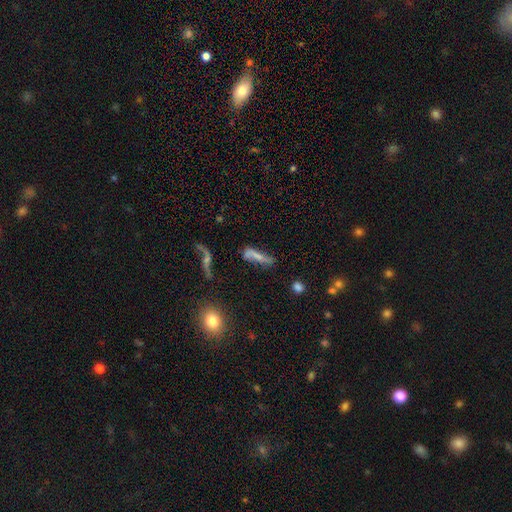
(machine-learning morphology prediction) Overall: featured or disk (46%; smooth 43%). Merging: none (43%; minor disturbance 23%).